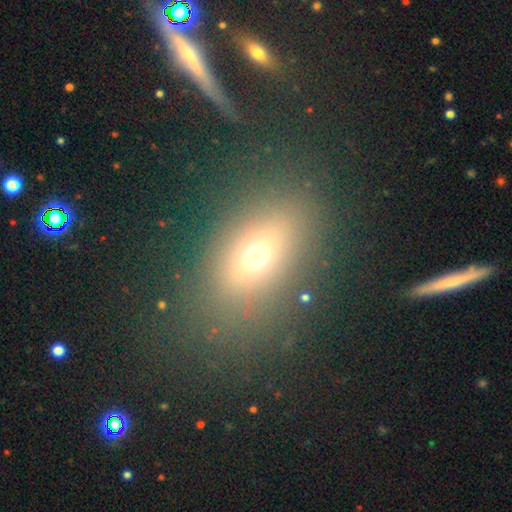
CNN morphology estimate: Smooth or featured: smooth — 64% (star or artifact — 18%)
How rounded: in between — 74% (round — 21%)
Merging: none — 78% (minor disturbance — 11%)